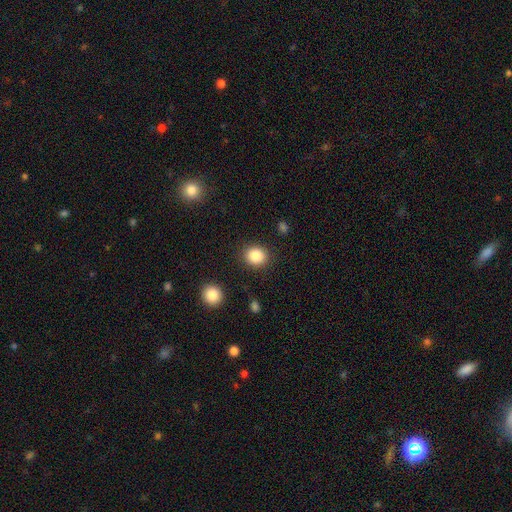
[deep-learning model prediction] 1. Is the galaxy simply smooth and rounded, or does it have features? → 86% smooth, 9% star or artifact, 5% featured or disk.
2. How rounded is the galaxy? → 73% round, 26% in between, 1% cigar-shaped.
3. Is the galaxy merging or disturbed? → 88% none, 7% minor disturbance, 3% major disturbance, 2% merger.